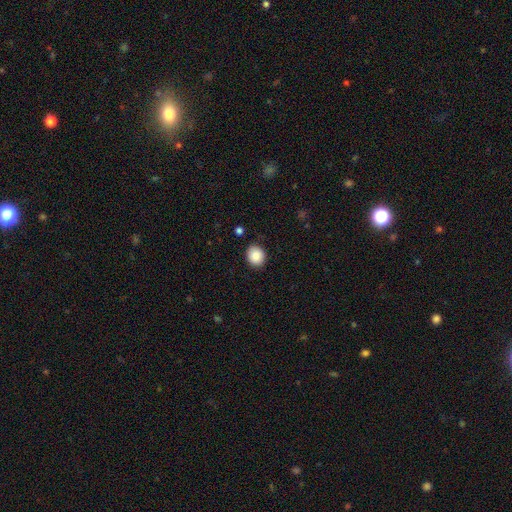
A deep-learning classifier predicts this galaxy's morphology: smooth-or-featured: smooth: 88% | star or artifact: 8% | featured or disk: 4%
  how-rounded: round: 73% | in between: 26% | cigar-shaped: 1%
  merging: none: 87% | minor disturbance: 9% | major disturbance: 2% | merger: 1%